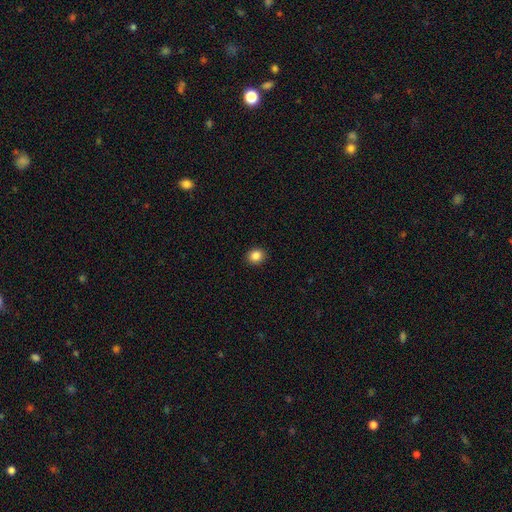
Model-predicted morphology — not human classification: type=smooth (86%); roundness=round (76%); merging=none (92%).